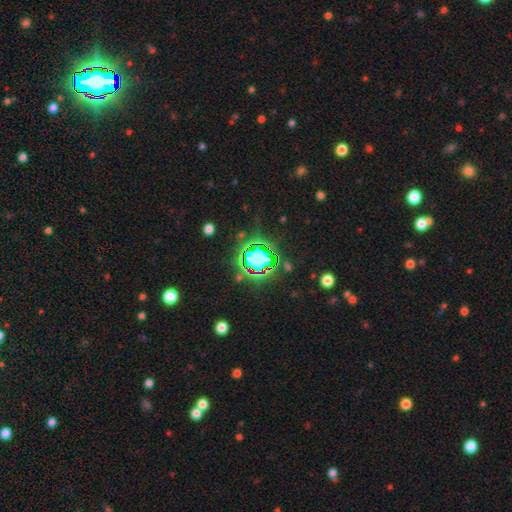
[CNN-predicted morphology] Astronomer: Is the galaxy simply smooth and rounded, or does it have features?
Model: star or artifact — 83%.